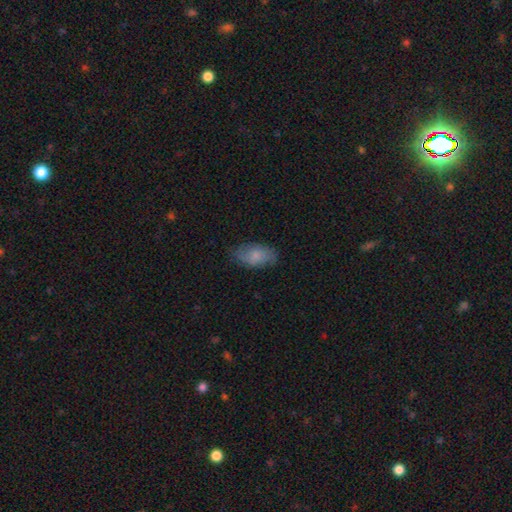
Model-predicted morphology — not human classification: Smooth or featured?
  - smooth: 74% *
  - featured or disk: 19%
  - star or artifact: 7%
How rounded?
  - in between: 93% *
  - round: 4%
  - cigar-shaped: 3%
Merging?
  - none: 76% *
  - minor disturbance: 18%
  - major disturbance: 4%
  - merger: 1%